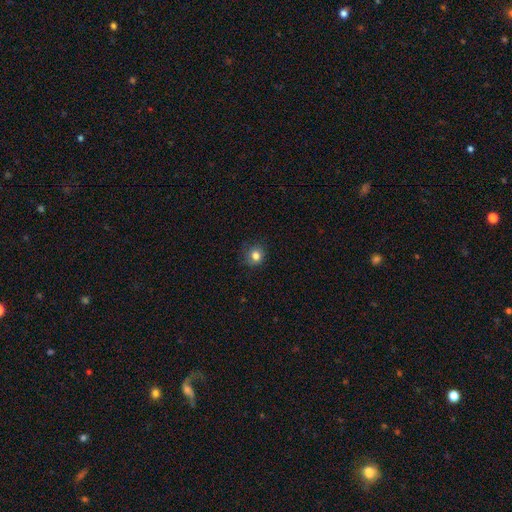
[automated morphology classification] A smooth galaxy with no disk features (81%) that is round (85%). Merging: none (80%).